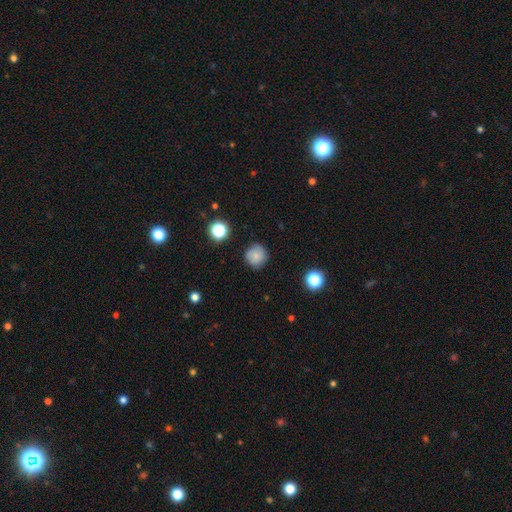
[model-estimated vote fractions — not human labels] smooth-or-featured: smooth: 80% | star or artifact: 11% | featured or disk: 9%
  how-rounded: round: 94% | in between: 5% | cigar-shaped: 1%
  merging: none: 85% | minor disturbance: 11% | major disturbance: 3% | merger: 2%